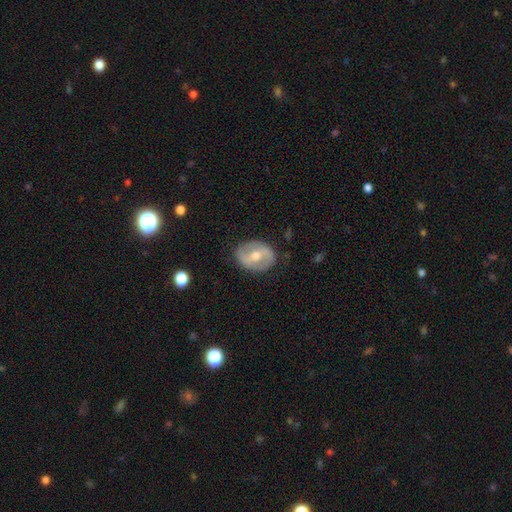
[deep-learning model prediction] This is likely a featured or disk galaxy (62%). It is clearly not viewed edge-on (95%). Bar: marginally weak (43%). Spiral arm pattern: possibly yes (55%). Central bulge: likely moderate (72%). Merging: clearly none (82%).